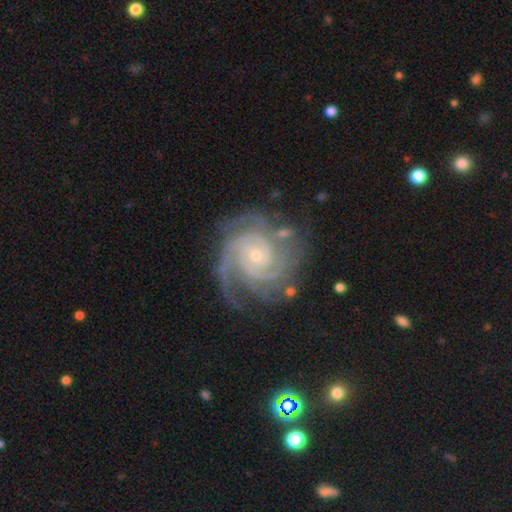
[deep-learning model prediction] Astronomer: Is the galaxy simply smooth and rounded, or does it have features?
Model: featured or disk — 92%.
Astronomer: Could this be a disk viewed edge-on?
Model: no — 98%.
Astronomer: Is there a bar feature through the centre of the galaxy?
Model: no — 73%.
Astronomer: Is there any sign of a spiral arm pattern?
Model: yes — 98%.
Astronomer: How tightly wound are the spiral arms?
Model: tight — 75%.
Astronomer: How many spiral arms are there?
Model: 3 — 34% (runner-up: 4, 22%).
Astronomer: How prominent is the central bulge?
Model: small — 72%.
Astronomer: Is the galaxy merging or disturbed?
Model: none — 70%.